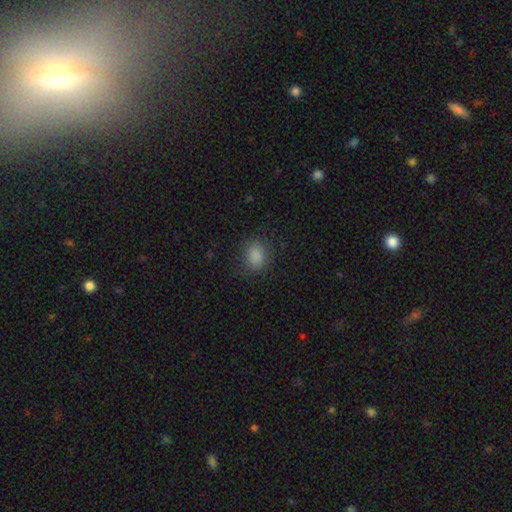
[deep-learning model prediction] This is clearly a smooth galaxy (86%). How rounded: possibly round (51%). Merging: clearly none (82%).